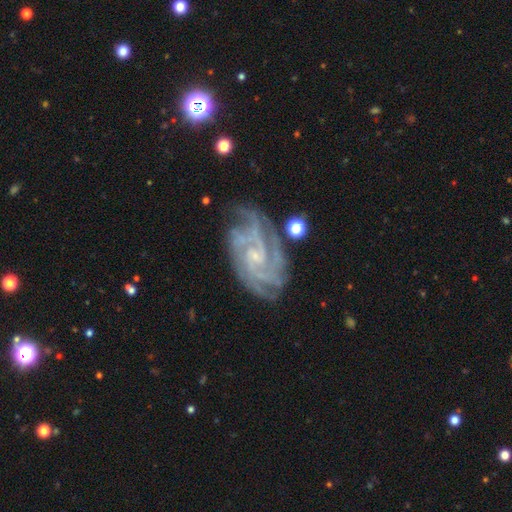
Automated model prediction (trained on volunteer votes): smooth_or_featured: featured or disk (p=0.89) [alt: star or artifact p=0.06]
disk_edge_on: no (p=0.97) [alt: yes p=0.03]
bar: no (p=0.58) [alt: weak p=0.33]
has_spiral_arms: yes (p=0.98) [alt: no p=0.02]
spiral_winding: tight (p=0.66) [alt: medium p=0.30]
spiral_arm_count: 4 (p=0.32) [alt: 3 p=0.21]
bulge_size: small (p=0.72) [alt: moderate p=0.18]
merging: none (p=0.72) [alt: minor disturbance p=0.19]